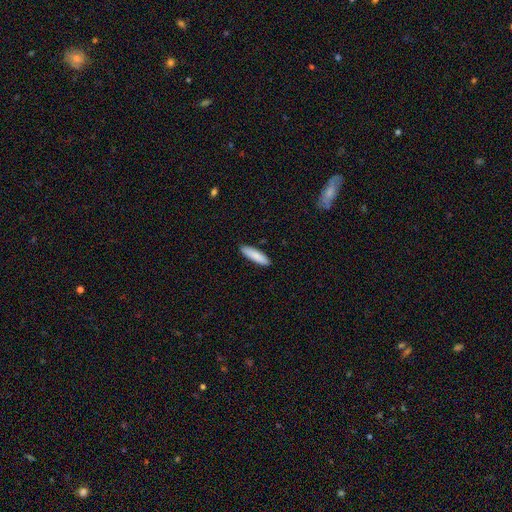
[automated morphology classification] This is clearly a smooth galaxy (86%). How rounded: likely cigar-shaped (68%). Merging: clearly none (91%).